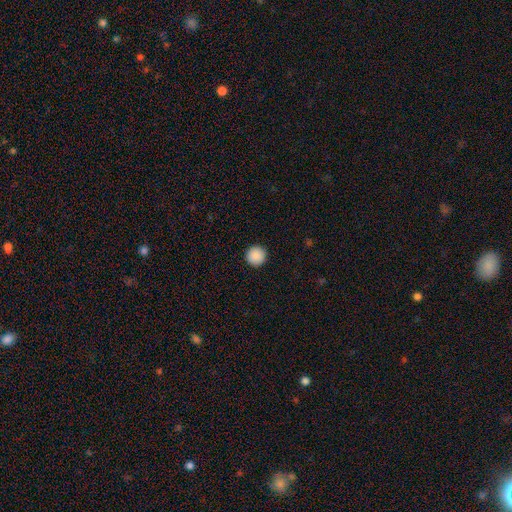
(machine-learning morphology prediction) This is clearly a smooth galaxy (90%). How rounded: clearly round (96%). Merging: clearly none (94%).